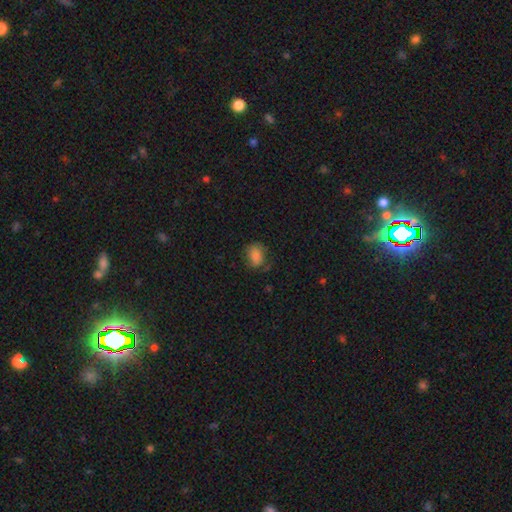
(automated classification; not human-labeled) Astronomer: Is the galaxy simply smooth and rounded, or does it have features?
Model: smooth — 81%.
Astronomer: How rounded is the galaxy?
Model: in between — 68%.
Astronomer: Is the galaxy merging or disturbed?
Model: none — 66%.